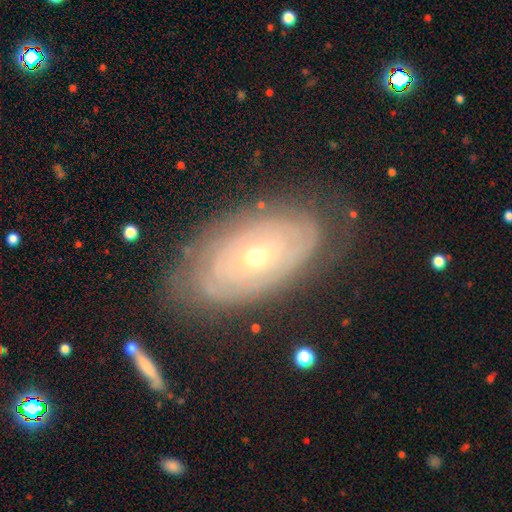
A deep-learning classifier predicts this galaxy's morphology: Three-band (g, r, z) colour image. It shows a featured or disk galaxy (74%) with no bar (81%), spiral arms (70%) and a small central bulge (60%). Merging: none (76%).